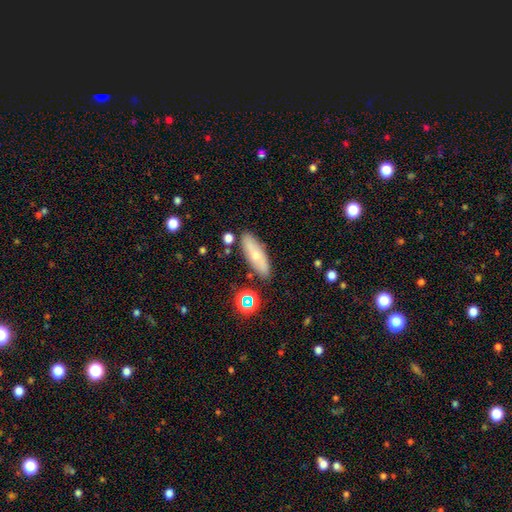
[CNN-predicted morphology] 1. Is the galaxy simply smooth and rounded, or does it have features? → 56% smooth, 35% featured or disk, 9% star or artifact.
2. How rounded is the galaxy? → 55% in between, 42% cigar-shaped, 3% round.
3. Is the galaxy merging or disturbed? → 83% none, 11% minor disturbance, 3% merger, 2% major disturbance.